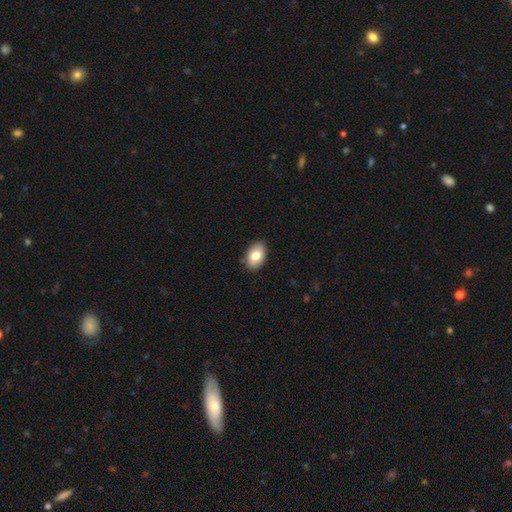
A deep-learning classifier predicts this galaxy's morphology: Q: Smooth or featured?
A: smooth (82%); runner-up: featured or disk (11%)
Q: How rounded?
A: in between (90%); runner-up: round (9%)
Q: Merging?
A: none (87%); runner-up: minor disturbance (10%)